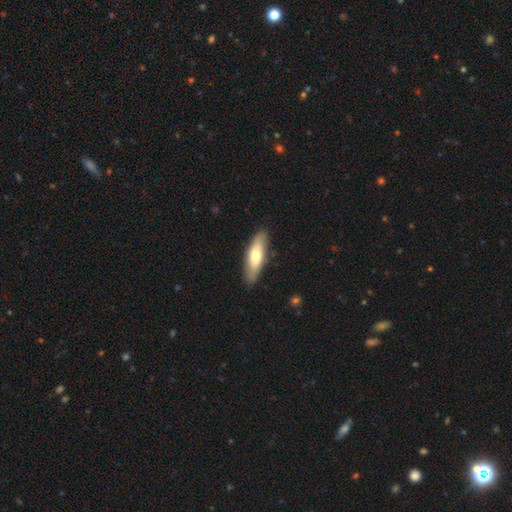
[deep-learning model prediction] Q: Smooth or featured?
A: smooth (65%); runner-up: featured or disk (30%)
Q: How rounded?
A: cigar-shaped (51%); runner-up: in between (47%)
Q: Merging?
A: none (86%); runner-up: minor disturbance (11%)